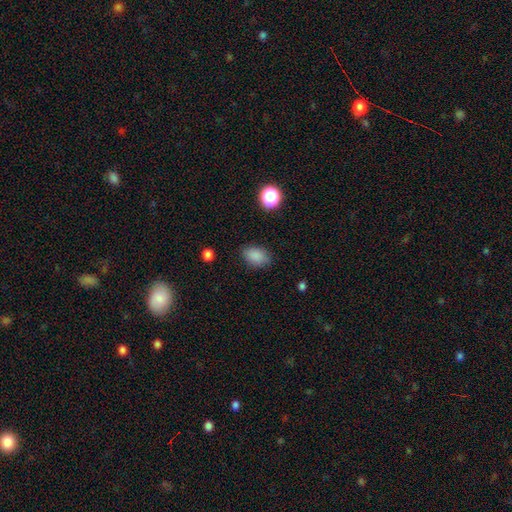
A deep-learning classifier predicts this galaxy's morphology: type=smooth (85%); roundness=in between (80%); merging=none (81%).